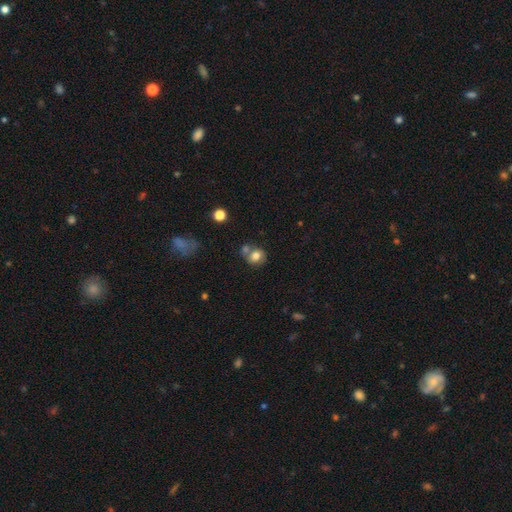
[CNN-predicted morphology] Smooth or featured? smooth (77%)
How rounded? round (73%)
Merging? none (52%)